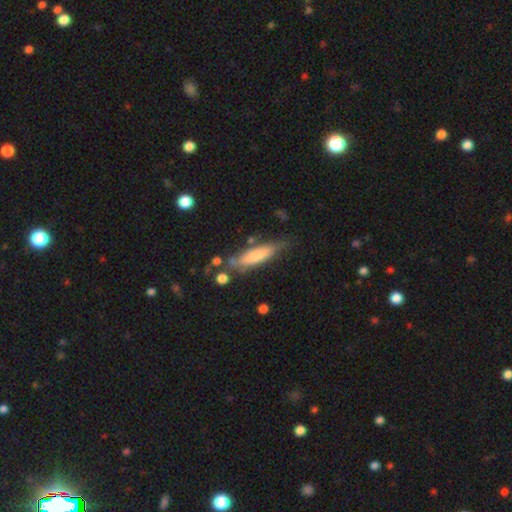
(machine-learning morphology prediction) Smooth or featured? Predicted: smooth (p=0.67). How rounded? Predicted: cigar-shaped (p=0.73). Merging? Predicted: none (p=0.64).